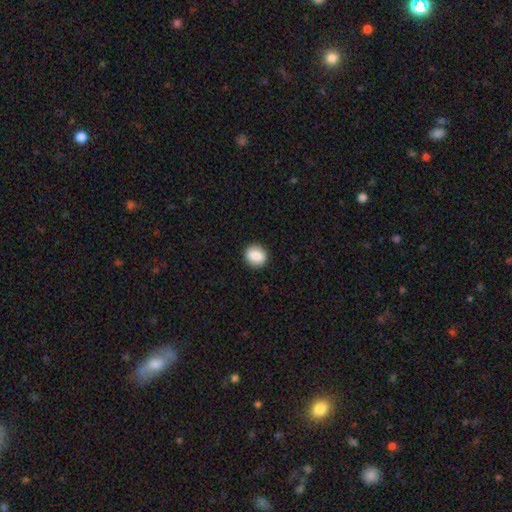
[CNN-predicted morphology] The model was most divided on "how rounded": round: 74%, in between: 25%, cigar-shaped: 1%. More confident: merging — none (90%); smooth or featured — smooth (83%).